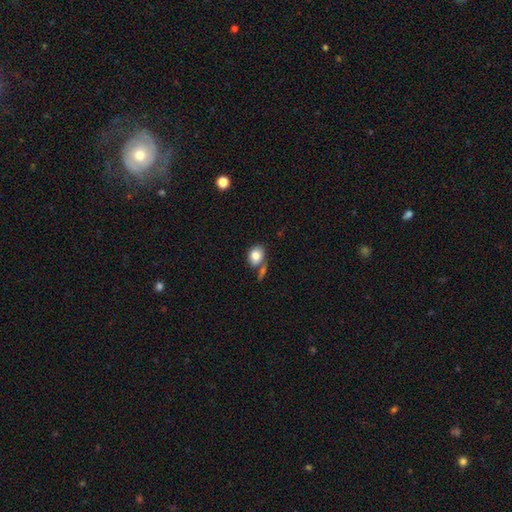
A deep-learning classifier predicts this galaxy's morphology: Smooth or featured: smooth — 81% (featured or disk — 10%)
How rounded: in between — 60% (round — 39%)
Merging: none — 54% (merger — 23%)